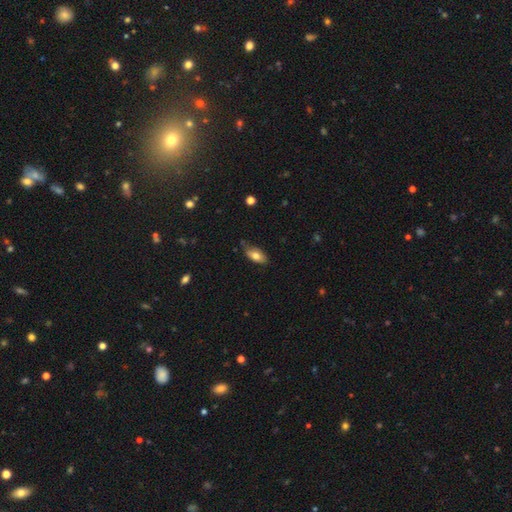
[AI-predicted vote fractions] Smooth or featured: smooth — 76% (featured or disk — 17%)
How rounded: in between — 87% (cigar-shaped — 10%)
Merging: none — 70% (minor disturbance — 24%)